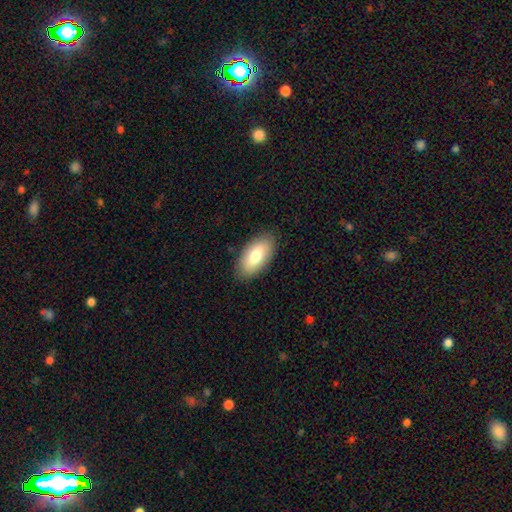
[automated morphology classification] A smooth galaxy with no disk features (76%) that is in between round and cigar-shaped (93%).

Vote fractions:
- Smooth or featured? smooth: 76% / featured or disk: 18% / star or artifact: 7%
- How rounded? in between: 93% / cigar-shaped: 4% / round: 3%
- Merging? none: 86% / minor disturbance: 10% / major disturbance: 3% / merger: 1%